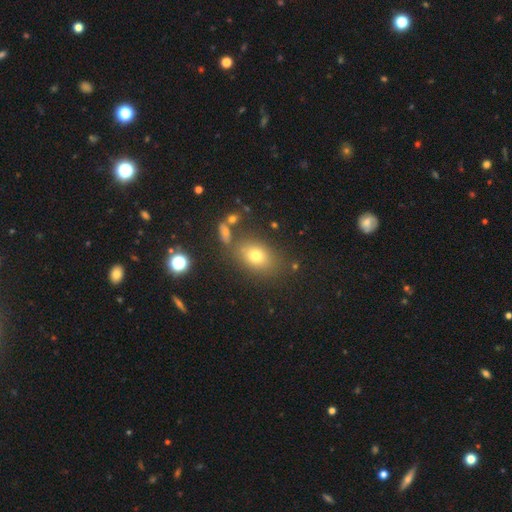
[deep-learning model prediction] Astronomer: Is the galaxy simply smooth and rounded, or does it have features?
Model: smooth — 71%.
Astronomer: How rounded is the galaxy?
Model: in between — 67%.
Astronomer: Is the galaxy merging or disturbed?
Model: none — 74%.